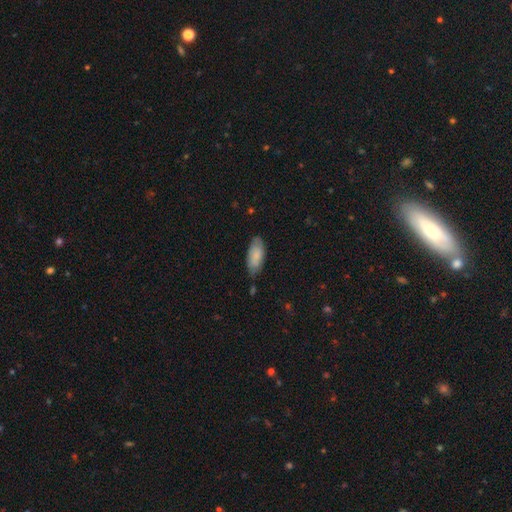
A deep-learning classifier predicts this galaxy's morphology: A smooth galaxy with no disk features (81%) that is in between round and cigar-shaped (87%).

Vote fractions:
- Smooth or featured? smooth: 81% / featured or disk: 14% / star or artifact: 6%
- How rounded? in between: 87% / cigar-shaped: 11% / round: 2%
- Merging? none: 72% / minor disturbance: 22% / major disturbance: 4% / merger: 2%